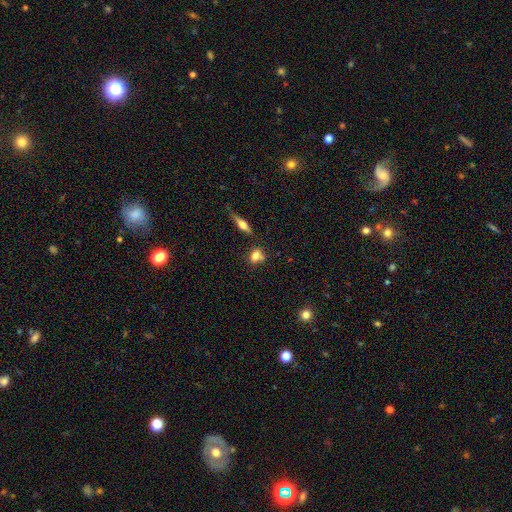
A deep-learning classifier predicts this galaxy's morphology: The model was most divided on "how rounded": in between: 57%, round: 38%, cigar-shaped: 6%. More confident: smooth or featured — smooth (71%); merging — none (55%).